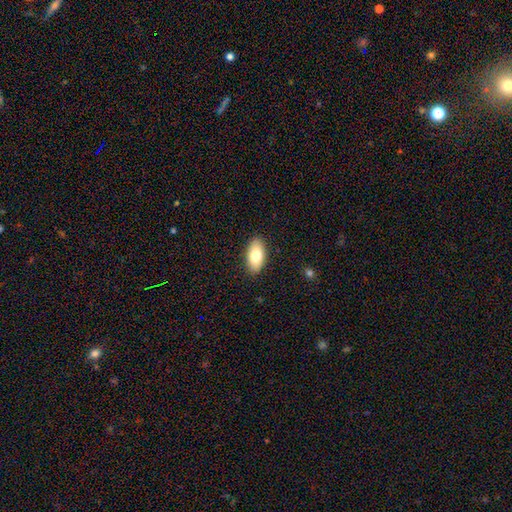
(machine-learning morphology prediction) Smooth or featured? smooth (81%)
How rounded? in between (92%)
Merging? none (89%)